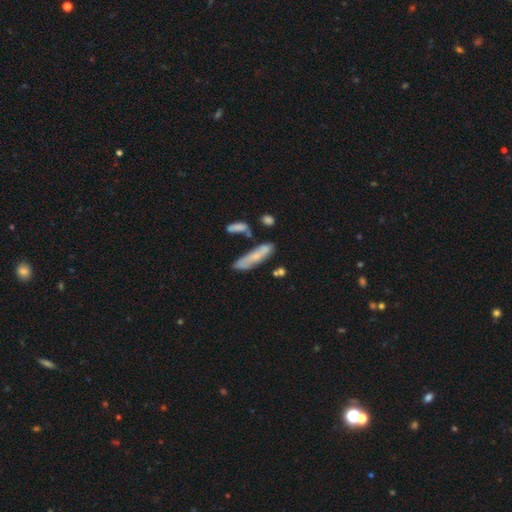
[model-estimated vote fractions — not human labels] A smooth galaxy with no disk features (55%) that is cigar-shaped (67%). Merging: none (50%).